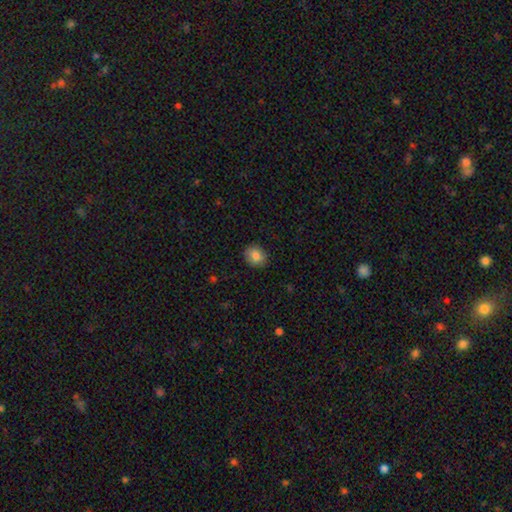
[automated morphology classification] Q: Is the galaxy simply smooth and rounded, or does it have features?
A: smooth — 84%.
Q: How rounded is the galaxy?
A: round — 68%.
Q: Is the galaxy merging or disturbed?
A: none — 89%.